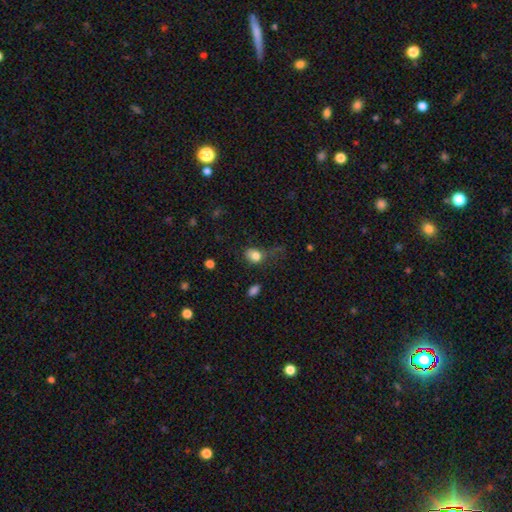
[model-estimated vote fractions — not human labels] The model was most divided on "merging": none: 39%, major disturbance: 29%, minor disturbance: 28%, merger: 5%. More confident: smooth or featured — smooth (81%); how rounded — in between (62%).